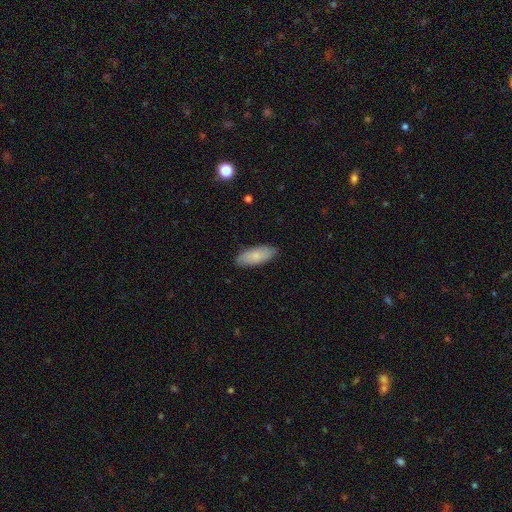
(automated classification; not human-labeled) Smooth or featured? Predicted: smooth (p=0.78). How rounded? Predicted: in between (p=0.79). Merging? Predicted: none (p=0.85).